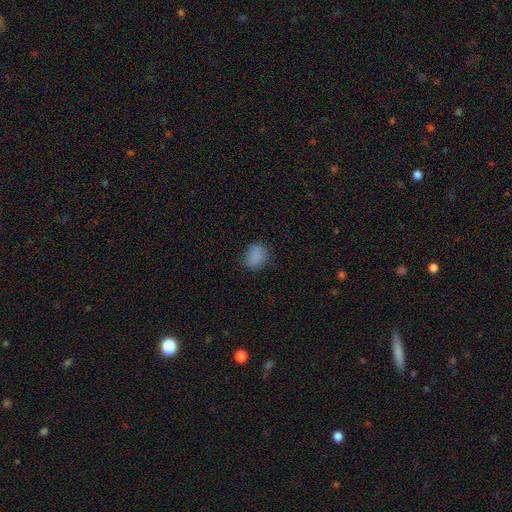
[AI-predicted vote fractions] Morphology: type=smooth (84%); roundness=round (51%); merging=none (76%).